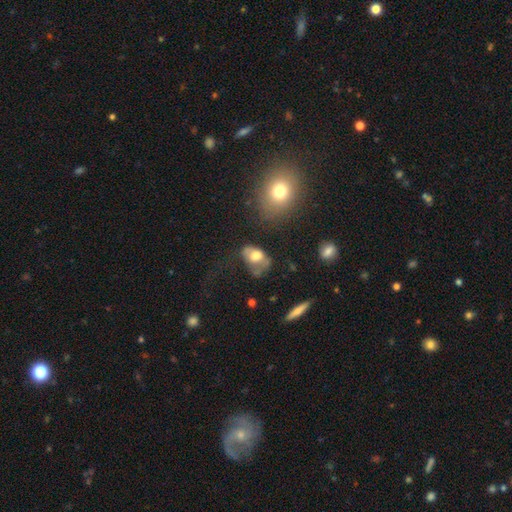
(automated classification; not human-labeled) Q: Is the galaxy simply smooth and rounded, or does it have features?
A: smooth — 59%.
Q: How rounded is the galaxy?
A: in between — 82%.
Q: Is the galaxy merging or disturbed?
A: major disturbance — 37%.